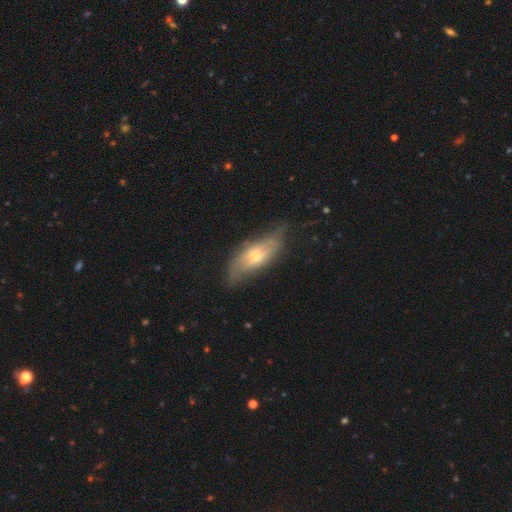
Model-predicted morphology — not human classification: type=featured or disk (58%); edge-on=no (60%); merging=none (61%).